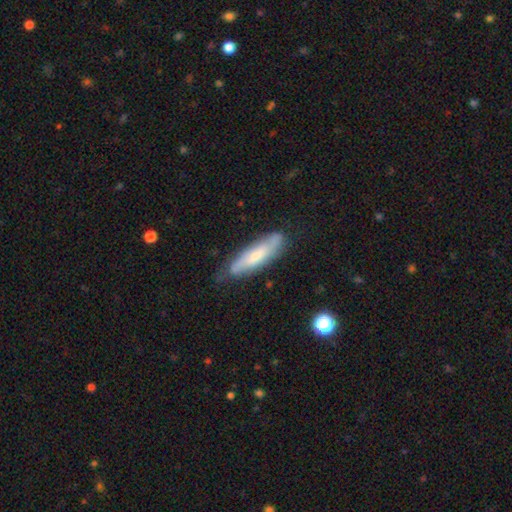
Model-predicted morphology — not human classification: smooth_or_featured: smooth (p=0.52) [alt: featured or disk p=0.42]
how_rounded: cigar-shaped (p=0.64) [alt: in between p=0.34]
merging: none (p=0.69) [alt: minor disturbance p=0.23]